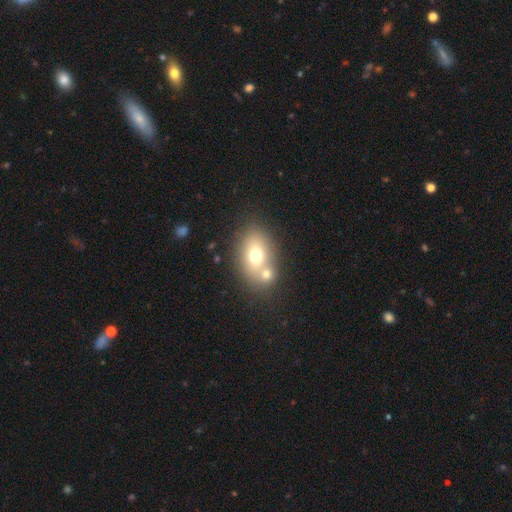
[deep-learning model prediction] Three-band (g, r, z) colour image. It shows a smooth galaxy with no disk features (68%) that is in between round and cigar-shaped (77%). Merging: none (44%).